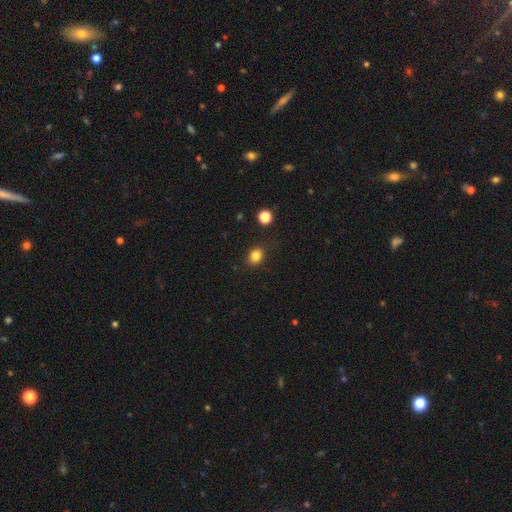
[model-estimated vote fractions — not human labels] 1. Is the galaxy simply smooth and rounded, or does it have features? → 83% smooth, 12% star or artifact, 5% featured or disk.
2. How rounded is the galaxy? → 63% round, 36% in between, 1% cigar-shaped.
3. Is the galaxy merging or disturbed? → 83% none, 11% minor disturbance, 3% major disturbance, 2% merger.